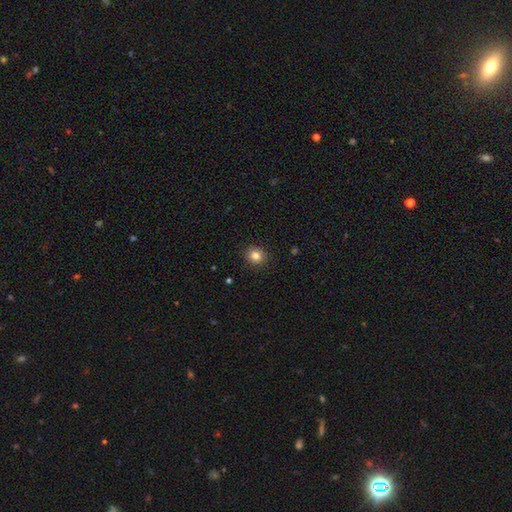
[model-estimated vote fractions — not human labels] A smooth galaxy with no disk features (82%) that is round (86%). Merging: none (92%).